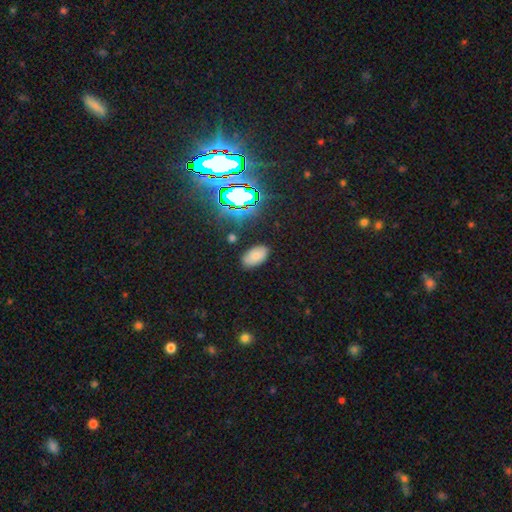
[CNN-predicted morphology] A smooth galaxy with no disk features (72%) that is in between round and cigar-shaped (94%). Merging: none (84%).